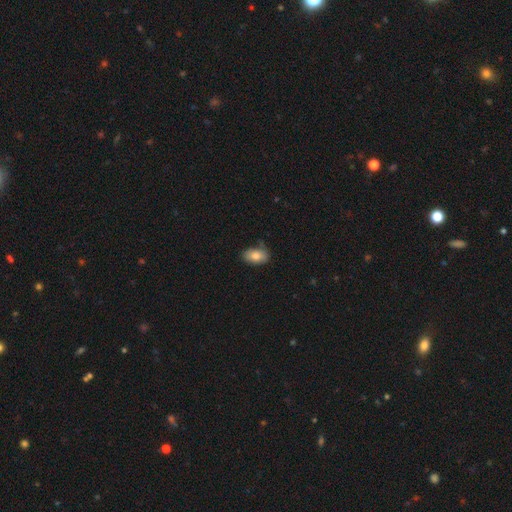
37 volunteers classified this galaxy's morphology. A smooth galaxy with no disk features (86%) that is in between round and cigar-shaped (94%). Merging: none (66%).